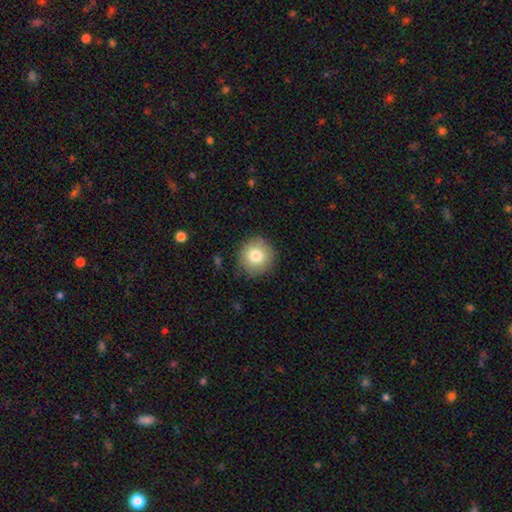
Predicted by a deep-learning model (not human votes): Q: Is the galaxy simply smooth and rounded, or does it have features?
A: smooth — 80%.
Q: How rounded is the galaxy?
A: round — 94%.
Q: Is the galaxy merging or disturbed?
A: none — 87%.